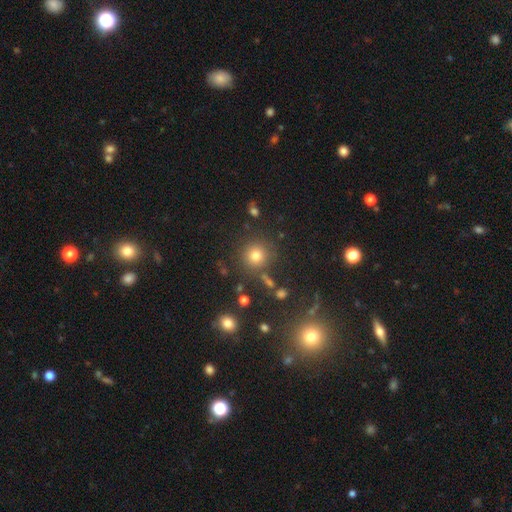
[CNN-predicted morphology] smooth-or-featured: smooth: 75% | star or artifact: 17% | featured or disk: 8%
  how-rounded: round: 92% | in between: 7% | cigar-shaped: 1%
  merging: none: 82% | minor disturbance: 8% | merger: 5% | major disturbance: 4%